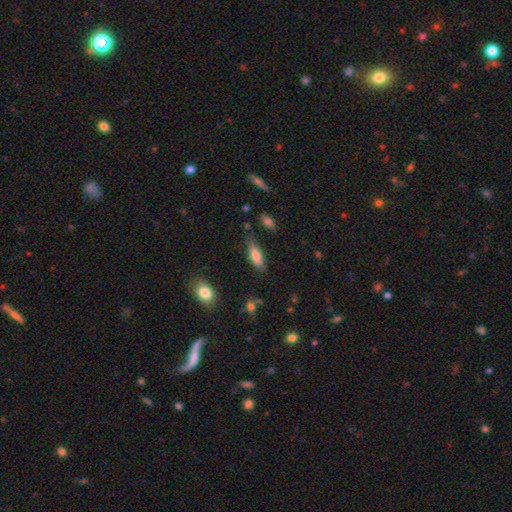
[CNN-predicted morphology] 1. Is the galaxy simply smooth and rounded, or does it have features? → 79% smooth, 14% featured or disk, 7% star or artifact.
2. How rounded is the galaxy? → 64% in between, 34% cigar-shaped, 2% round.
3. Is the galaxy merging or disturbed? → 68% none, 24% minor disturbance, 5% major disturbance, 3% merger.